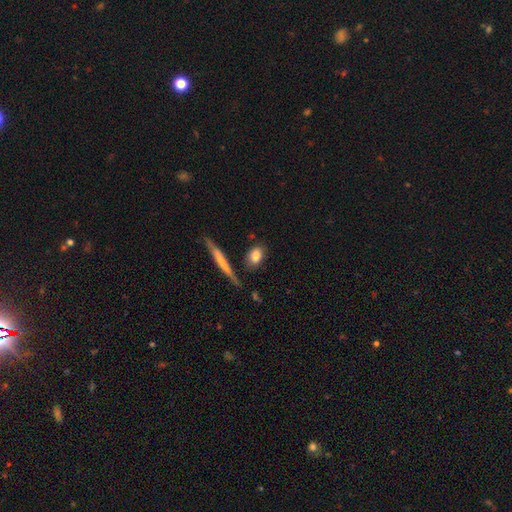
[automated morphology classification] The model was most divided on "how rounded": in between: 74%, round: 14%, cigar-shaped: 12%. More confident: smooth or featured — smooth (83%); merging — none (75%).